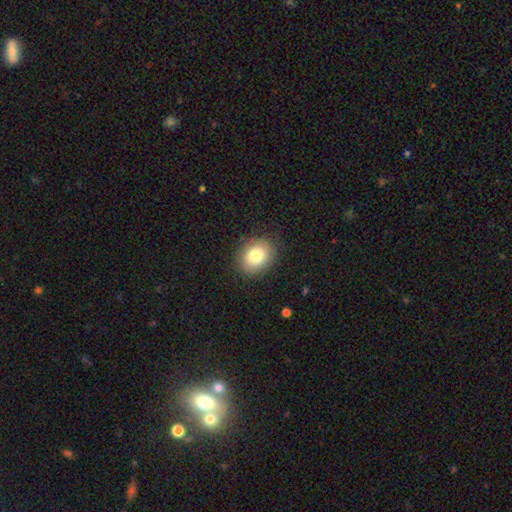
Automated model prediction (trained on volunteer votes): Smooth or featured?
  - smooth: 80% *
  - featured or disk: 11%
  - star or artifact: 9%
How rounded?
  - round: 53% *
  - in between: 46%
  - cigar-shaped: 1%
Merging?
  - none: 85% *
  - minor disturbance: 11%
  - major disturbance: 3%
  - merger: 1%